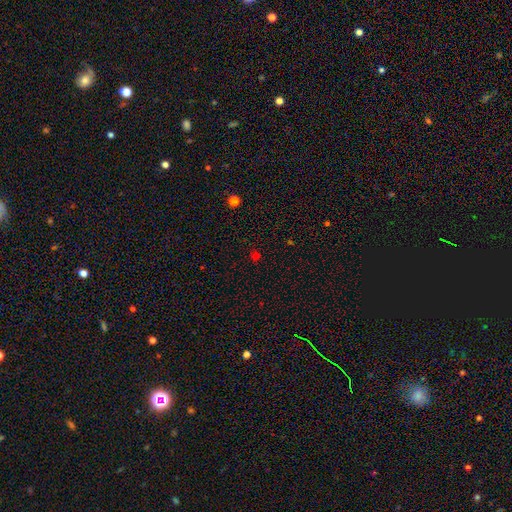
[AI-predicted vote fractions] smooth 55%, star or artifact 40%, featured or disk 5%. Down the decision tree: how rounded — round (86%); merging — none (85%).